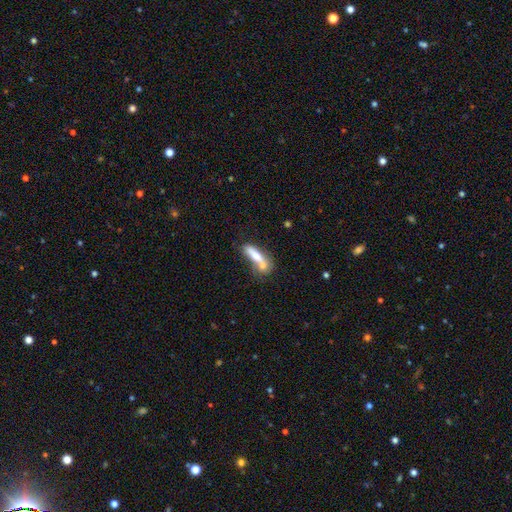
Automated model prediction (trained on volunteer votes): smooth 69%, featured or disk 23%, star or artifact 8%. Down the decision tree: how rounded — cigar-shaped (62%); merging — merger (46%).